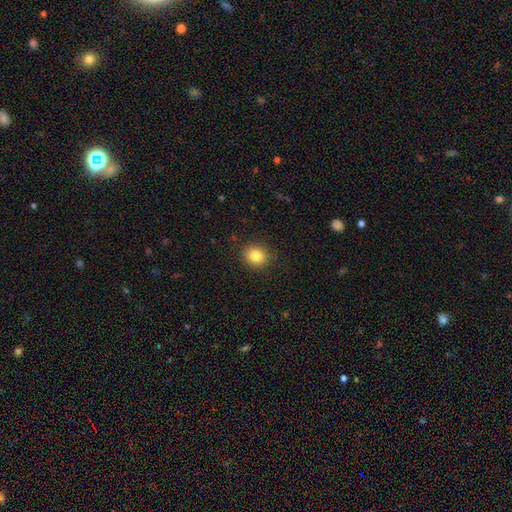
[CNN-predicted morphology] Smooth or featured? Predicted: smooth (p=0.83). How rounded? Predicted: round (p=0.77). Merging? Predicted: none (p=0.89).